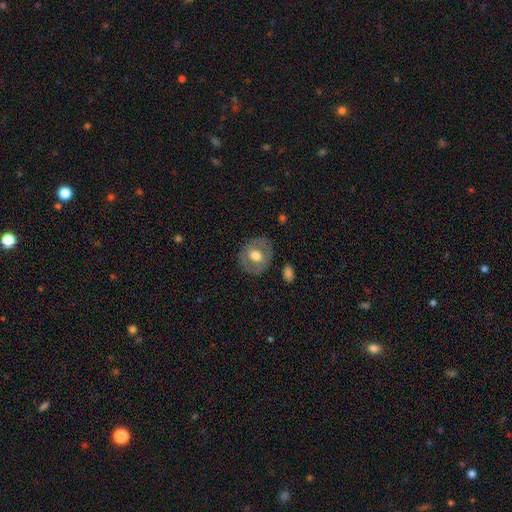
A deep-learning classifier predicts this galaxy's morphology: Smooth or featured? smooth (51%)
How rounded? round (72%)
Merging? none (82%)